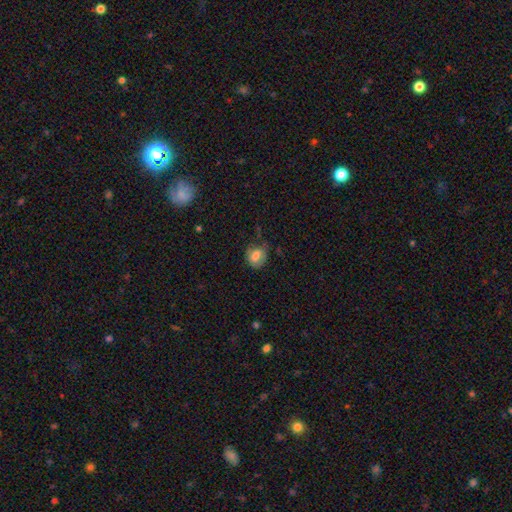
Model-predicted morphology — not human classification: The model was most divided on "how rounded": round: 50%, in between: 49%, cigar-shaped: 1%. More confident: smooth or featured — smooth (71%); merging — none (59%).